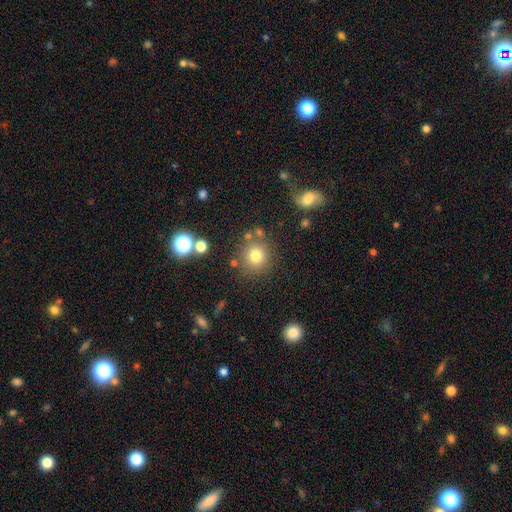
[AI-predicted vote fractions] smooth-or-featured: smooth: 76% | star or artifact: 14% | featured or disk: 9%
  how-rounded: round: 90% | in between: 9% | cigar-shaped: 1%
  merging: none: 79% | minor disturbance: 10% | merger: 7% | major disturbance: 4%